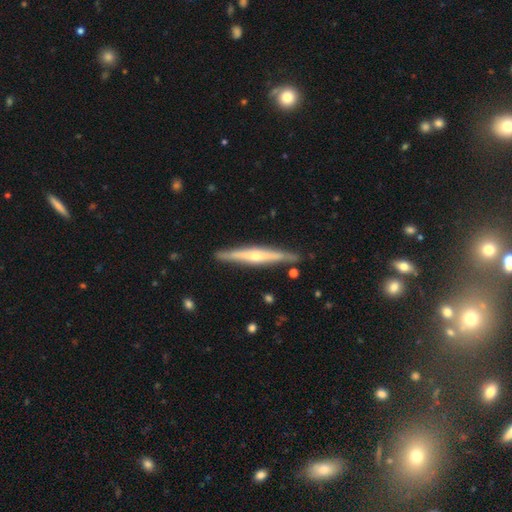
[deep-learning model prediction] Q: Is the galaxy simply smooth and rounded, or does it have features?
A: featured or disk — 72%.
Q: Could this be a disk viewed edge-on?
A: yes — 96%.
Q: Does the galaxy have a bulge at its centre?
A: rounded — 80%.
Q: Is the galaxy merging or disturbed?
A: none — 87%.